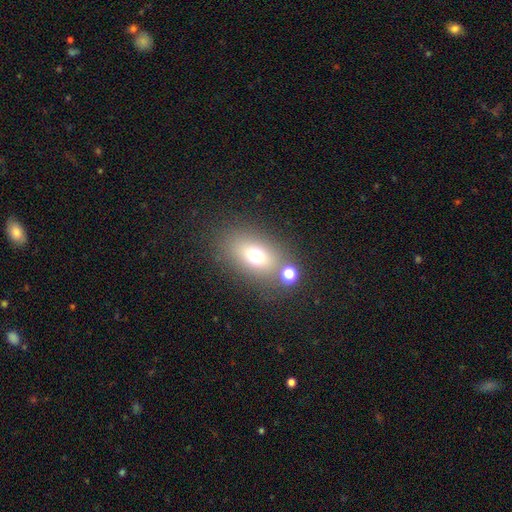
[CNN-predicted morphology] Smooth or featured?
  - smooth: 68% *
  - star or artifact: 16%
  - featured or disk: 15%
How rounded?
  - in between: 72% *
  - round: 25%
  - cigar-shaped: 3%
Merging?
  - none: 72% *
  - minor disturbance: 11%
  - merger: 11%
  - major disturbance: 6%